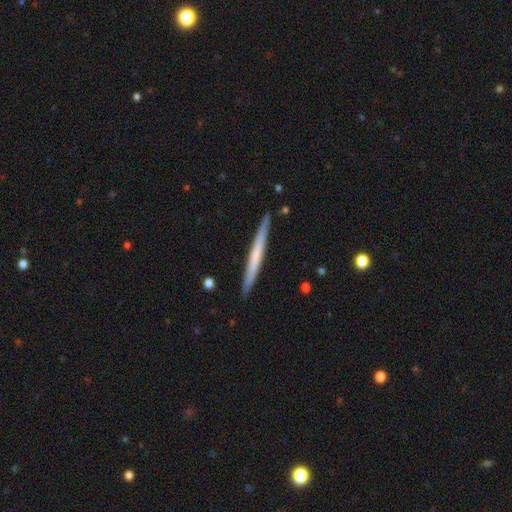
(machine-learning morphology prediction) type=smooth (50%); roundness=cigar-shaped (97%); merging=none (91%).